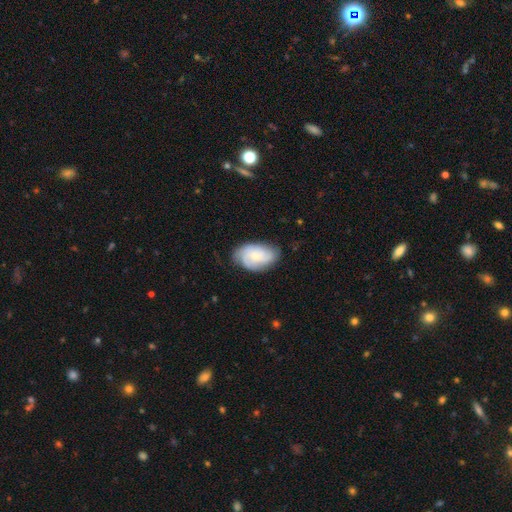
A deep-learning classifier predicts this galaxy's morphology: smooth-or-featured: featured or disk: 64% | smooth: 29% | star or artifact: 6%
  disk-edge-on: no: 97% | yes: 3%
    bar: no: 71% | weak: 26% | strong: 3%
    has-spiral-arms: yes: 94% | no: 6%
      spiral-winding: tight: 50% | medium: 38% | loose: 12%
      spiral-arm-count: 3: 32% | can't tell: 27% | 2: 20% | 4: 11% | 1: 5% | more than 4: 5%
    bulge-size: small: 60% | moderate: 30% | none: 6% | large: 2% | dominant: 1%
  merging: none: 71% | minor disturbance: 22% | major disturbance: 6% | merger: 1%